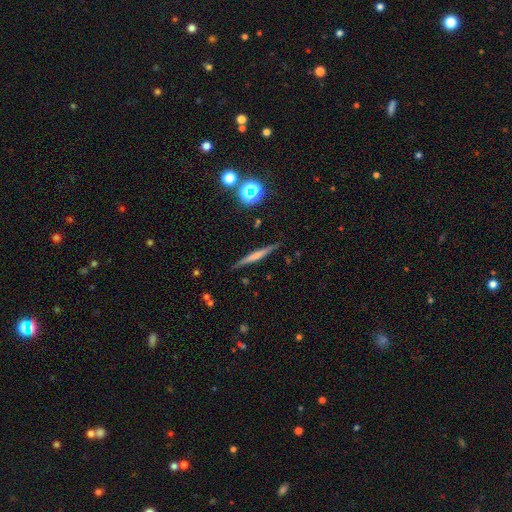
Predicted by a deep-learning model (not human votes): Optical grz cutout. It shows a featured or disk galaxy (49%). Merging: none (87%).